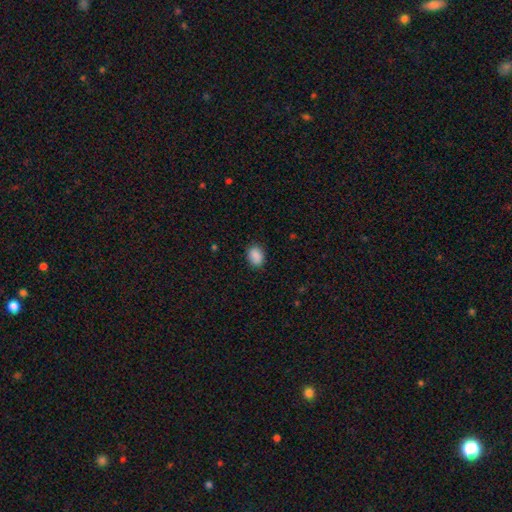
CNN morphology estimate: This appears to be a smooth galaxy with no disk features (89%) that is in between round and cigar-shaped (74%). Merging: none (84%).